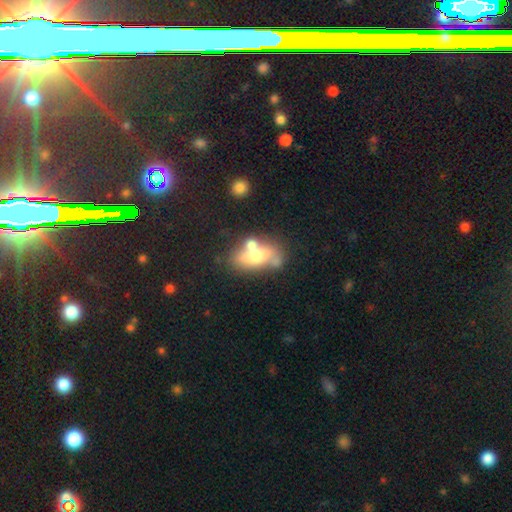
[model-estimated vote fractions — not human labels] Smooth or featured? smooth (54%)
How rounded? in between (73%)
Merging? none (42%)